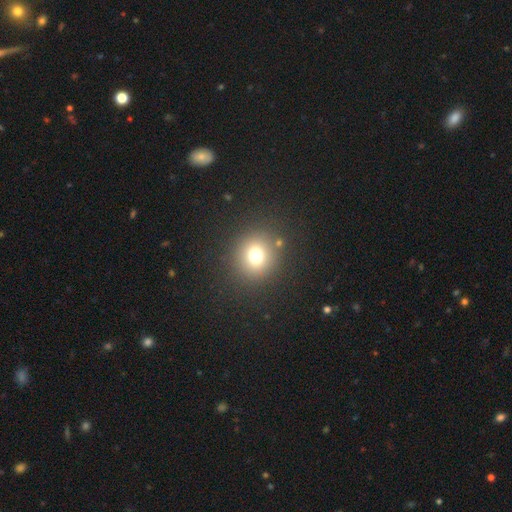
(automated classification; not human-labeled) The model was most divided on "smooth or featured": smooth: 72%, star or artifact: 18%, featured or disk: 10%. More confident: how rounded — round (87%); merging — none (86%).